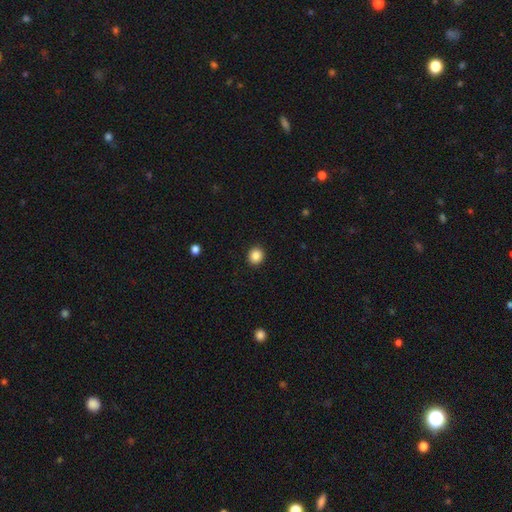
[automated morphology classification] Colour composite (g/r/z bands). It shows a smooth galaxy with no disk features (86%) that is round (86%). Merging: none (92%).